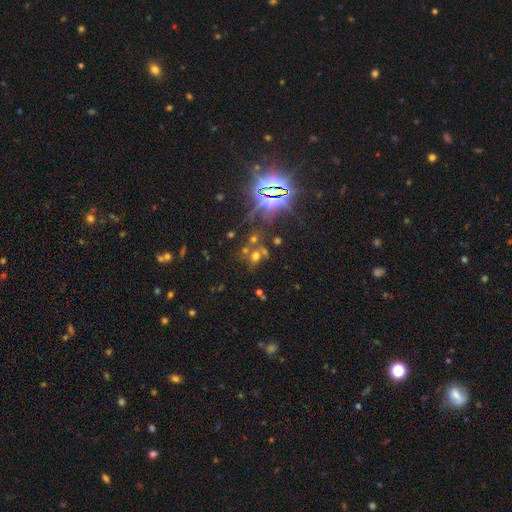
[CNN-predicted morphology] type=star or artifact (48%).